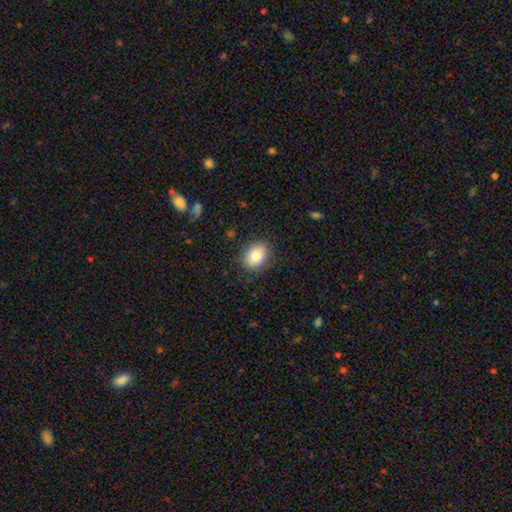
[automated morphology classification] smooth_or_featured: smooth (p=0.82) [alt: featured or disk p=0.10]
how_rounded: in between (p=0.59) [alt: round p=0.40]
merging: none (p=0.87) [alt: minor disturbance p=0.10]